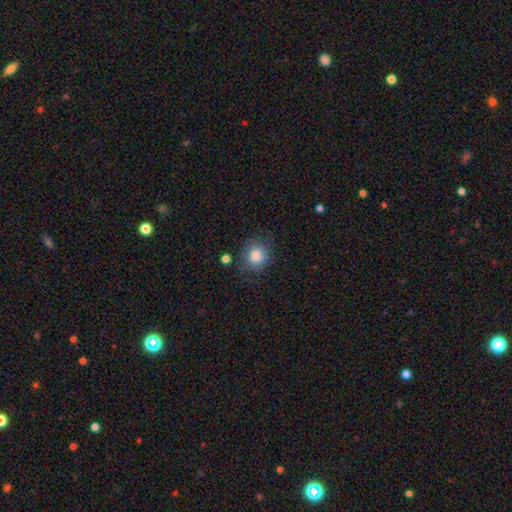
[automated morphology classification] Q: Smooth or featured?
A: smooth (83%); runner-up: star or artifact (9%)
Q: How rounded?
A: round (83%); runner-up: in between (16%)
Q: Merging?
A: none (76%); runner-up: minor disturbance (15%)